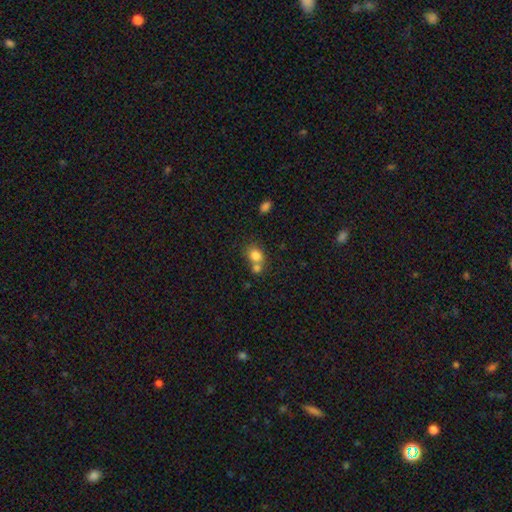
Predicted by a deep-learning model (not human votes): Overall: smooth (80%). How rounded: round (62%; in between 37%). Merging: merger (48%; none 40%).